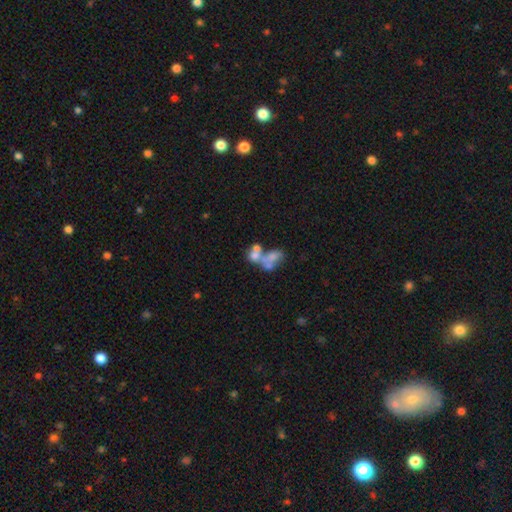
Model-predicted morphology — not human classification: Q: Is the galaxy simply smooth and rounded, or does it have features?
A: smooth — 43%.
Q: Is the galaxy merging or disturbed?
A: merger — 45%.